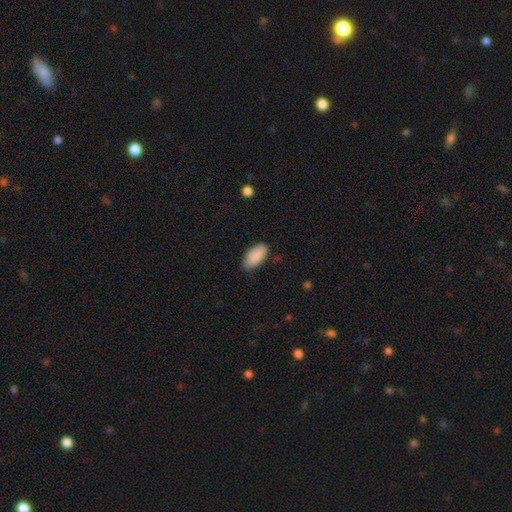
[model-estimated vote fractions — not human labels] smooth_or_featured: smooth (p=0.90) [alt: star or artifact p=0.06]
how_rounded: in between (p=0.94) [alt: cigar-shaped p=0.04]
merging: none (p=0.83) [alt: minor disturbance p=0.13]